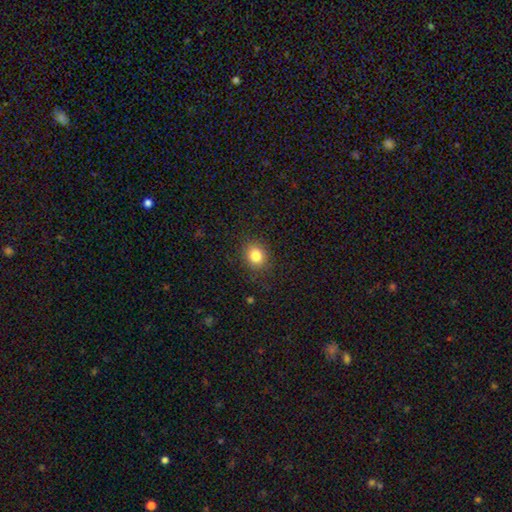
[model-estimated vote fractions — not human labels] Smooth or featured? smooth (83%)
How rounded? round (66%)
Merging? none (87%)